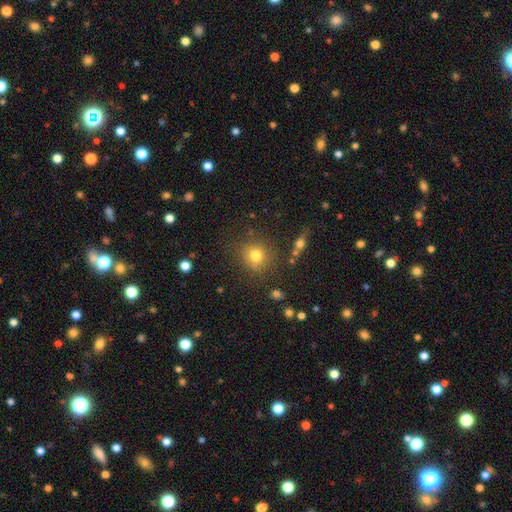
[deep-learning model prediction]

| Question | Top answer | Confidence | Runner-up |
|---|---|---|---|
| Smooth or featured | smooth | 77% | star or artifact (14%) |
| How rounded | round | 85% | in between (14%) |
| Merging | none | 82% | minor disturbance (10%) |